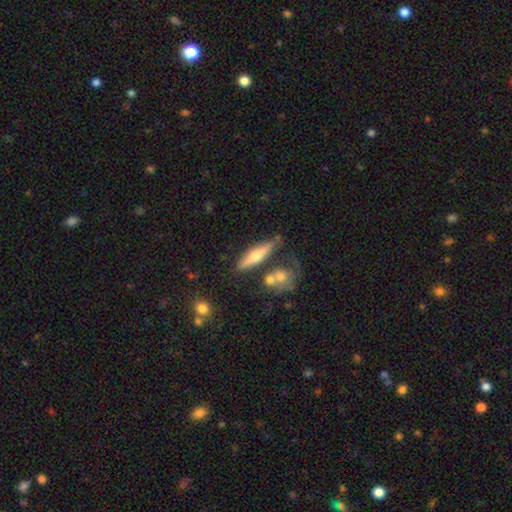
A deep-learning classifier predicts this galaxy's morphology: Overall: featured or disk (55%; smooth 38%). Edge-on disk: yes (90%). Merging: none (67%).